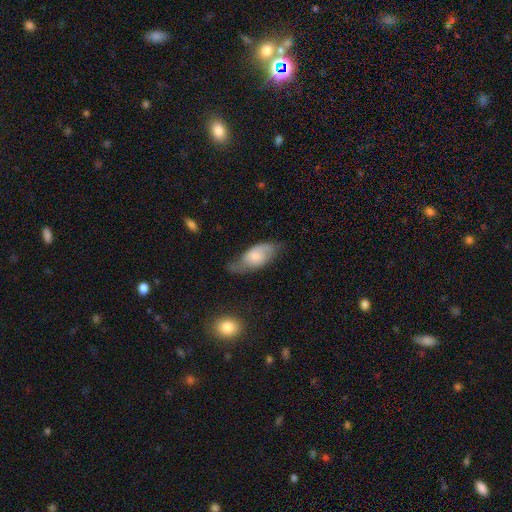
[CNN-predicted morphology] type=smooth (51%); roundness=in between (89%); merging=none (46%).